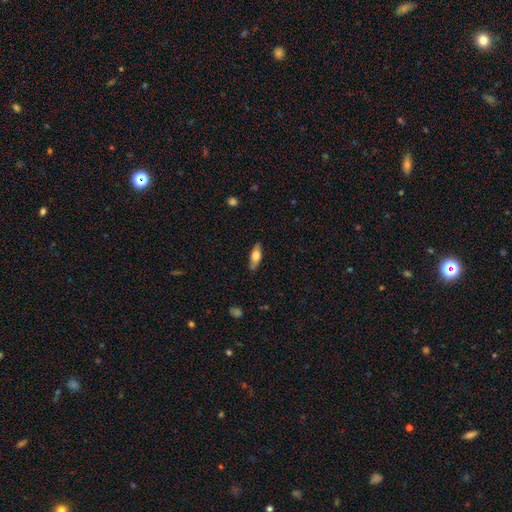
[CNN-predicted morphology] type=smooth (68%); roundness=in between (70%); merging=none (82%).